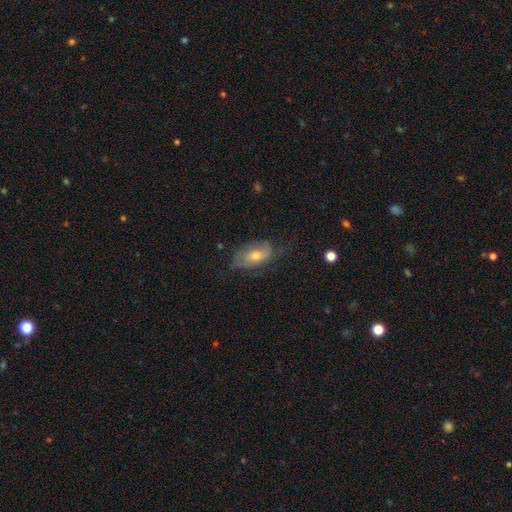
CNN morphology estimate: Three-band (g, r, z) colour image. It shows a featured or disk galaxy (48%). Merging: none (59%).